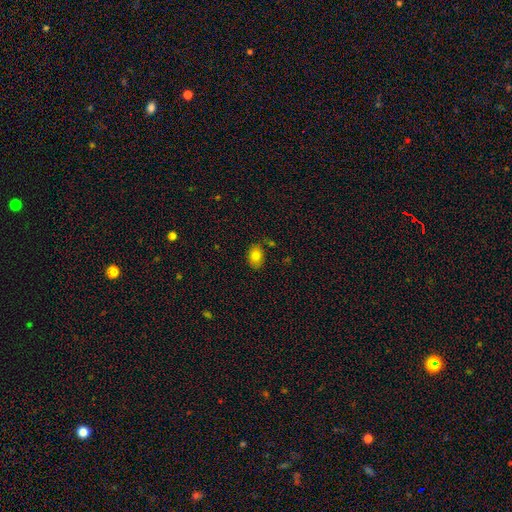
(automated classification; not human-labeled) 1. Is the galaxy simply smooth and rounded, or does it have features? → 81% smooth, 10% star or artifact, 9% featured or disk.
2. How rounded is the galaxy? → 71% in between, 28% round, 1% cigar-shaped.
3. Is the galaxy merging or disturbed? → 79% none, 15% minor disturbance, 3% merger, 3% major disturbance.